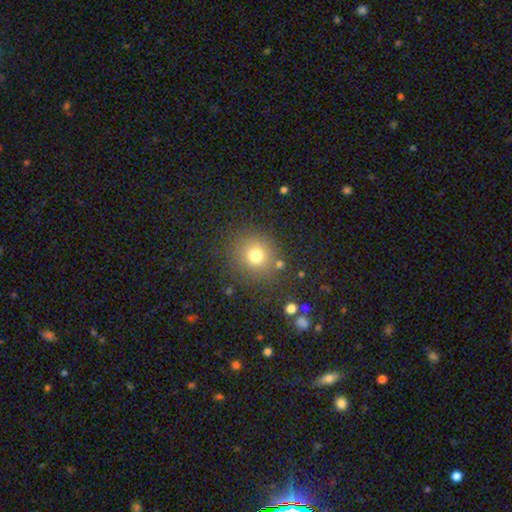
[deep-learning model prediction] smooth_or_featured: smooth (p=0.73) [alt: star or artifact p=0.18]
how_rounded: round (p=0.88) [alt: in between p=0.11]
merging: none (p=0.83) [alt: minor disturbance p=0.09]